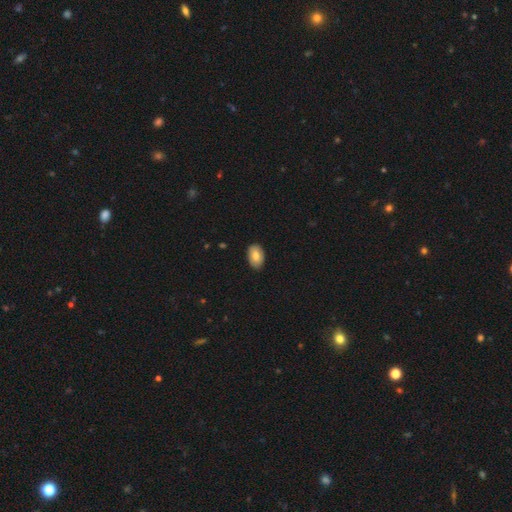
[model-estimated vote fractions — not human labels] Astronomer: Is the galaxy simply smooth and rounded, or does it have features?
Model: smooth — 75%.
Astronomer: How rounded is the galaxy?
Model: in between — 89%.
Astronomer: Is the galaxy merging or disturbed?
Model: none — 86%.